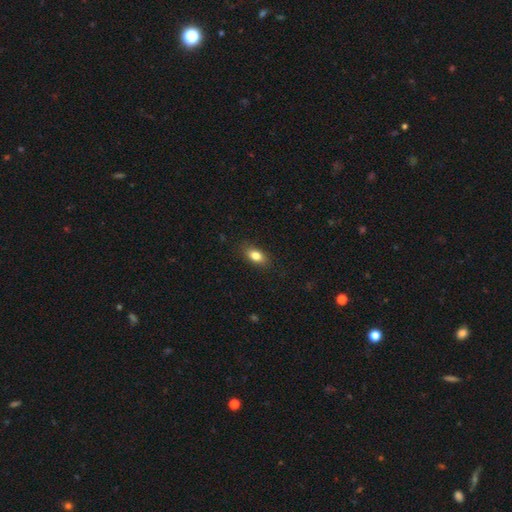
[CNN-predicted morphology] Smooth or featured? smooth (83%)
How rounded? in between (85%)
Merging? none (86%)